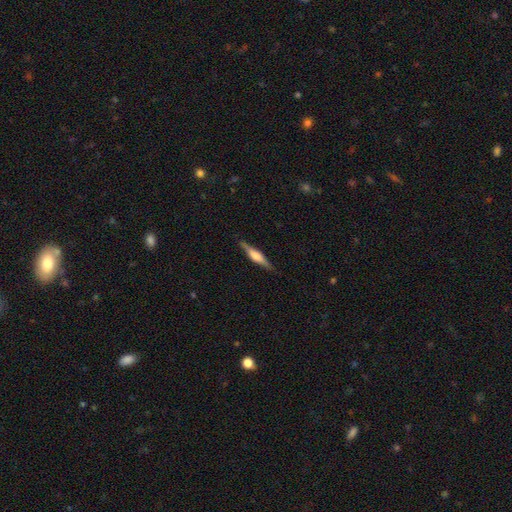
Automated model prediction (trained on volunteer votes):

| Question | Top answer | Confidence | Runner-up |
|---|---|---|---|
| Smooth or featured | featured or disk | 60% | smooth (34%) |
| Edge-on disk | yes | 97% | no (3%) |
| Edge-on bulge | rounded | 65% | boxy (28%) |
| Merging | none | 87% | minor disturbance (10%) |